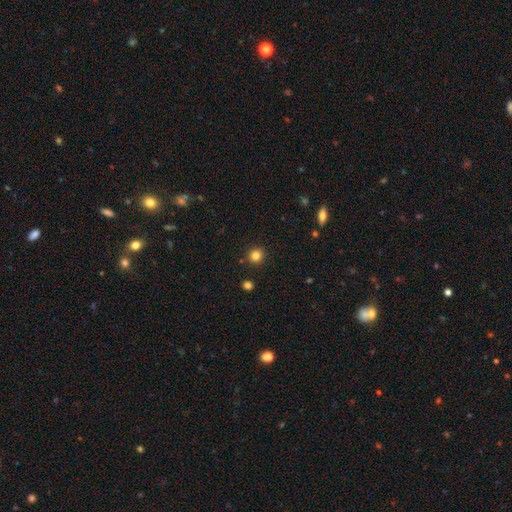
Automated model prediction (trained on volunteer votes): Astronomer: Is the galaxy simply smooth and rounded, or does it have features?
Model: smooth — 83%.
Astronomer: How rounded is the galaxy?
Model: round — 90%.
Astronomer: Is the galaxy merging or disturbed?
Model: none — 90%.